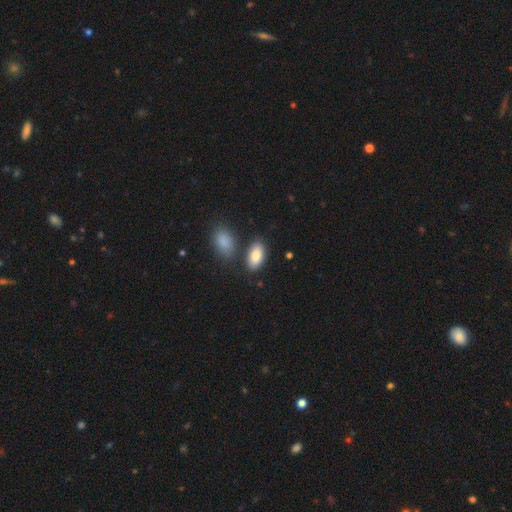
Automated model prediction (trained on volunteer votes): Morphology: type=smooth (85%); roundness=in between (93%); merging=none (73%).